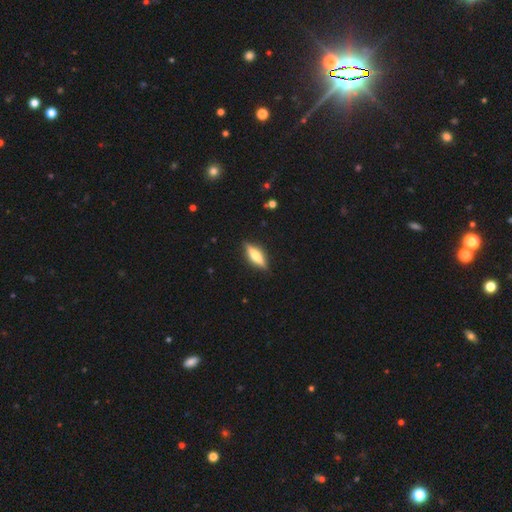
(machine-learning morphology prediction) Smooth or featured? featured or disk (52%)
Edge-on disk? yes (94%)
Merging? none (88%)